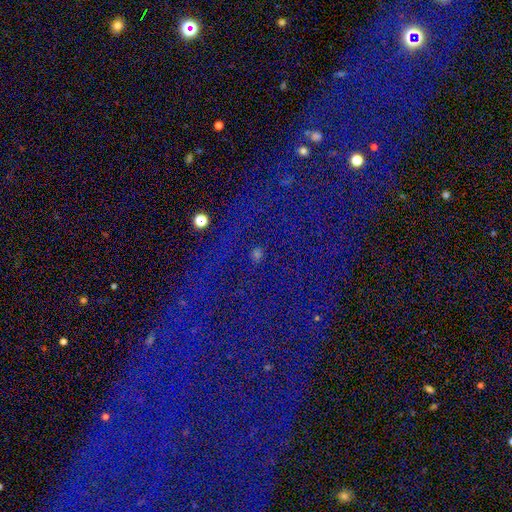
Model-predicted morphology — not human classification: Smooth or featured? star or artifact (82%)